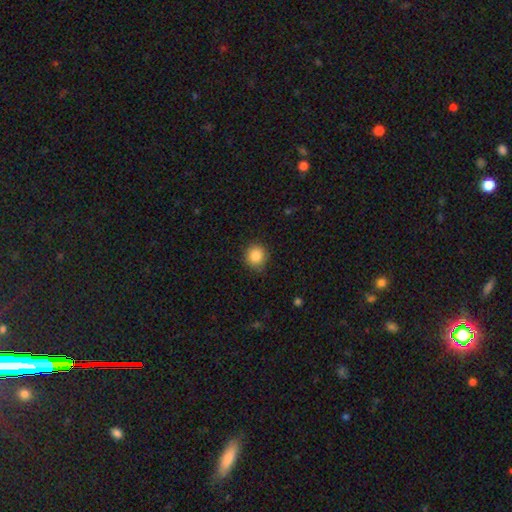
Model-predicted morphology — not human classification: A smooth galaxy with no disk features (86%) that is round (89%).

Vote fractions:
- Smooth or featured? smooth: 86% / star or artifact: 10% / featured or disk: 4%
- How rounded? round: 89% / in between: 11% / cigar-shaped: 1%
- Merging? none: 85% / minor disturbance: 11% / major disturbance: 3% / merger: 1%